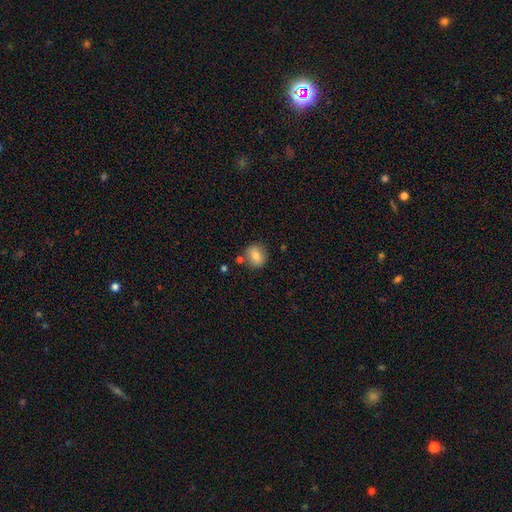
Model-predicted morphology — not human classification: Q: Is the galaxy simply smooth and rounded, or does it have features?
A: smooth — 79%.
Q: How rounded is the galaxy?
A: round — 77%.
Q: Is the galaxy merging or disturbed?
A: none — 78%.